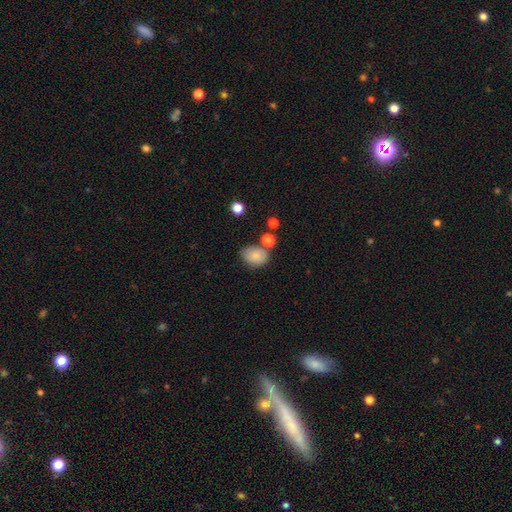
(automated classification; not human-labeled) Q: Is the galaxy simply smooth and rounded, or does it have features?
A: smooth — 83%.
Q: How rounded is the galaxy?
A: in between — 70%.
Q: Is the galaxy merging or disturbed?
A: none — 59%.